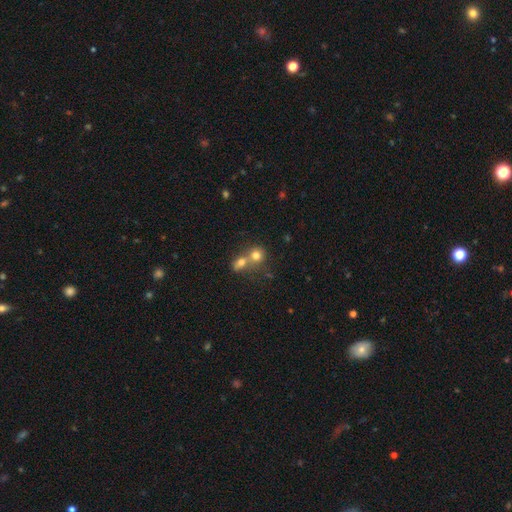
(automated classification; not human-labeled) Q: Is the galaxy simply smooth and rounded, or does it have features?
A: smooth — 74%.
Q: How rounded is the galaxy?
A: round — 75%.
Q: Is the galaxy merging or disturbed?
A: merger — 62%.